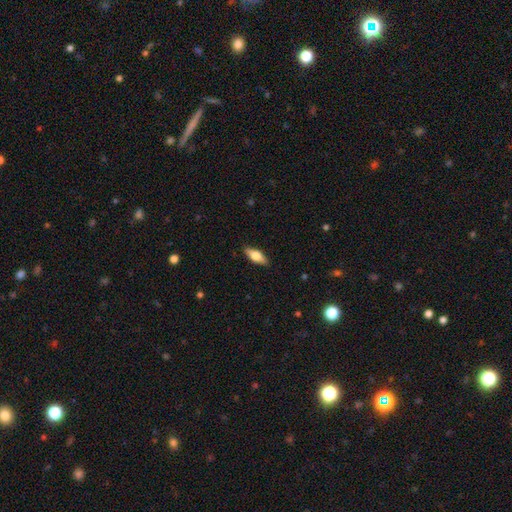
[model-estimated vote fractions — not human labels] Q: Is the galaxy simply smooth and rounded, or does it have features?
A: smooth — 56%.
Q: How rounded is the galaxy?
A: in between — 67%.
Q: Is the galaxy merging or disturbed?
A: none — 88%.